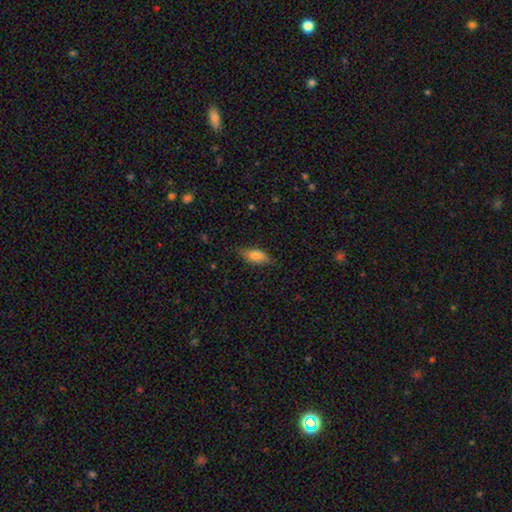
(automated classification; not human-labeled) Smooth or featured? Predicted: smooth (p=0.74). How rounded? Predicted: in between (p=0.82). Merging? Predicted: none (p=0.77).